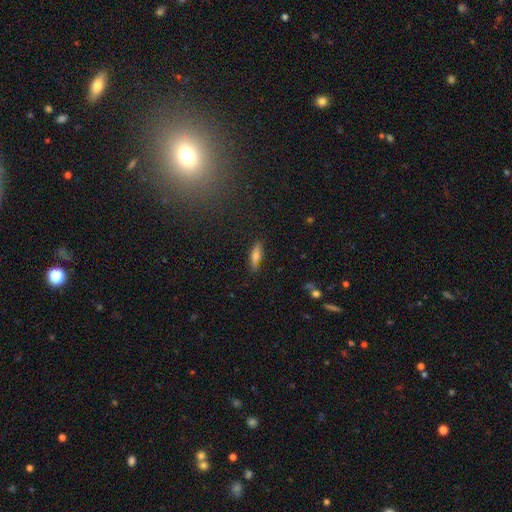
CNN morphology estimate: smooth 61%, featured or disk 30%, star or artifact 8%. Down the decision tree: how rounded — cigar-shaped (68%); merging — none (84%).